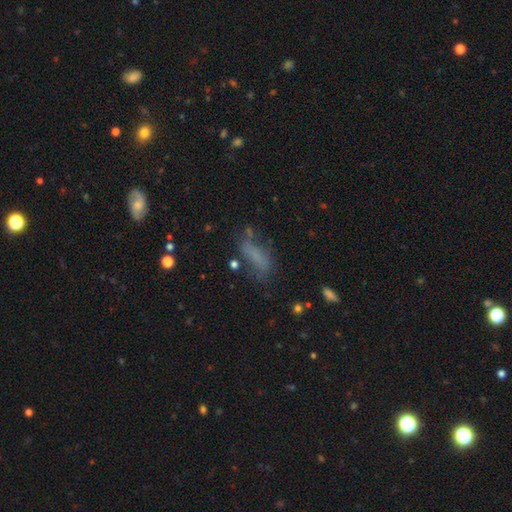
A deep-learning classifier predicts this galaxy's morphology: This is likely a smooth galaxy (62%). How rounded: possibly in between (60%). Merging: possibly none (50%).